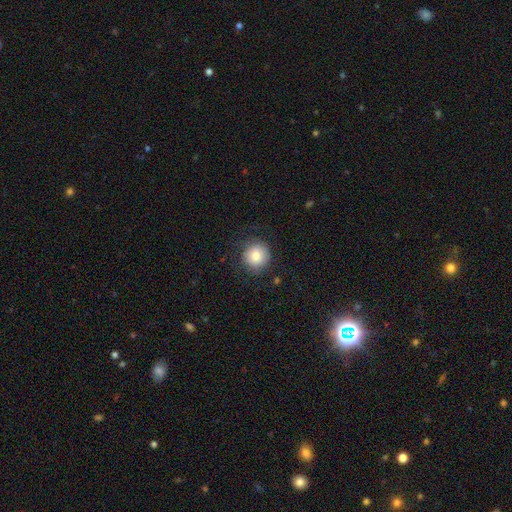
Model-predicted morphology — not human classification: Smooth or featured: smooth — 79% (featured or disk — 11%)
How rounded: round — 94% (in between — 5%)
Merging: none — 83% (minor disturbance — 11%)